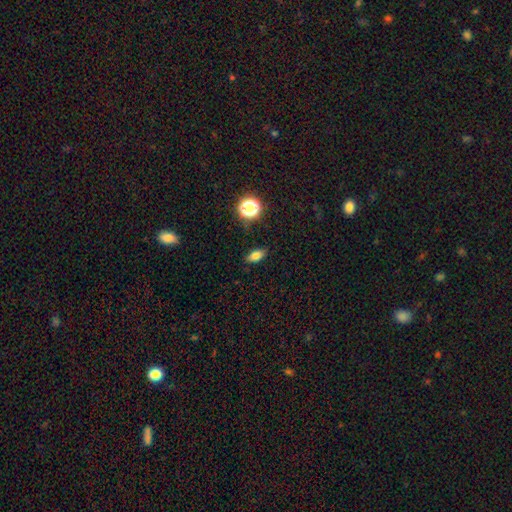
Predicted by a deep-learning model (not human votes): A smooth galaxy with no disk features (77%) that is in between round and cigar-shaped (81%). Merging: none (87%).